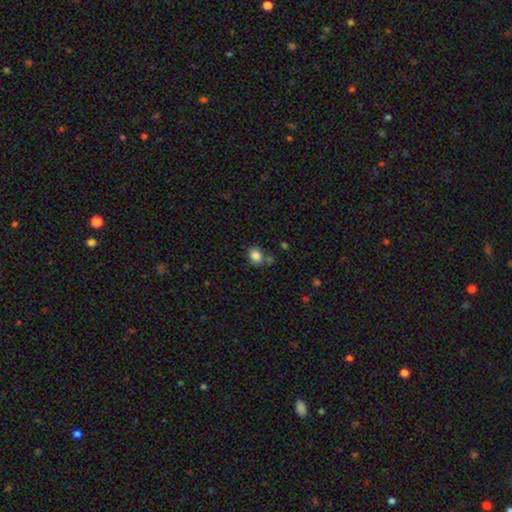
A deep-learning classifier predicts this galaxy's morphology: smooth-or-featured: smooth: 85% | star or artifact: 10% | featured or disk: 5%
  how-rounded: in between: 57% | round: 42% | cigar-shaped: 1%
  merging: none: 66% | minor disturbance: 16% | merger: 13% | major disturbance: 5%